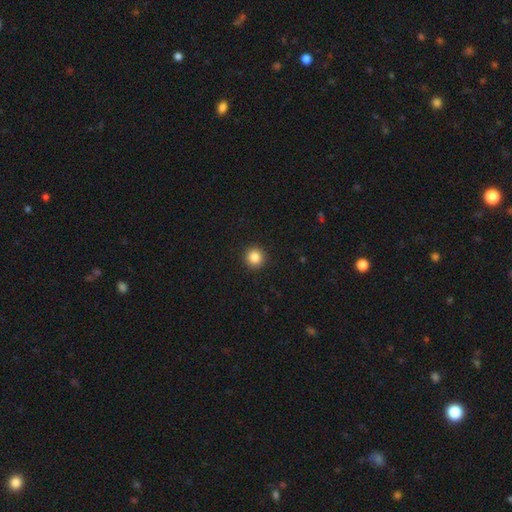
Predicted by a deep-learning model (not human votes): A smooth galaxy with no disk features (85%) that is round (94%). Merging: none (93%).